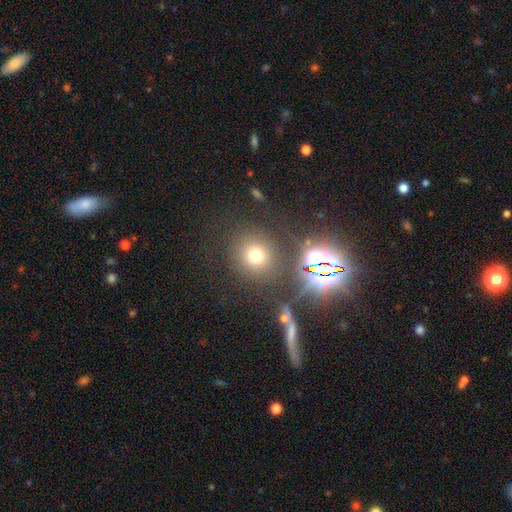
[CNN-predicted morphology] Smooth or featured: smooth — 66% (star or artifact — 25%)
How rounded: round — 90% (in between — 9%)
Merging: none — 83% (minor disturbance — 8%)